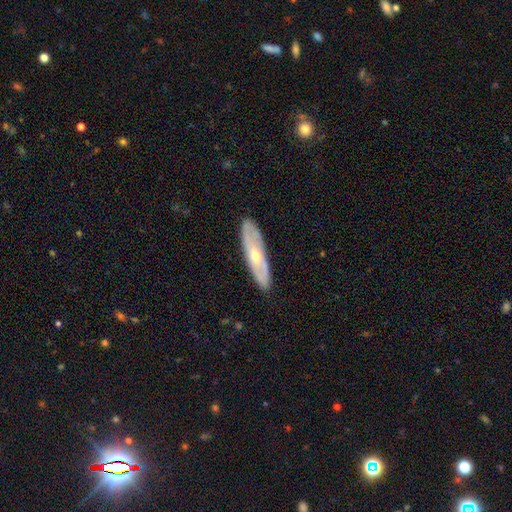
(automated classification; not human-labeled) featured or disk 64%, smooth 30%, star or artifact 6%. Down the decision tree: edge-on disk — no (56%); merging — none (87%).